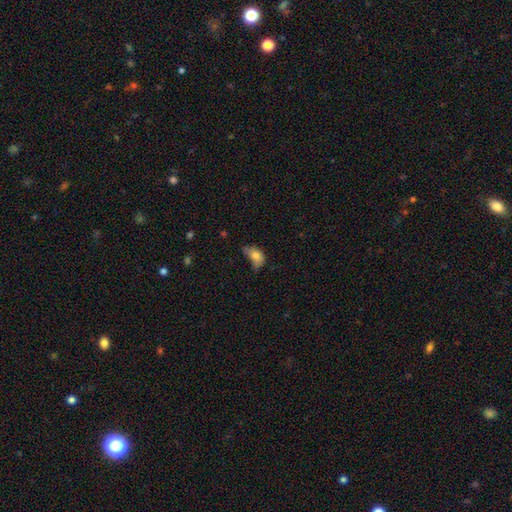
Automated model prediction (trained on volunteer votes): The model was most divided on "merging": minor disturbance: 40%, major disturbance: 33%, none: 22%, merger: 5%. More confident: how rounded — in between (83%); smooth or featured — smooth (72%).